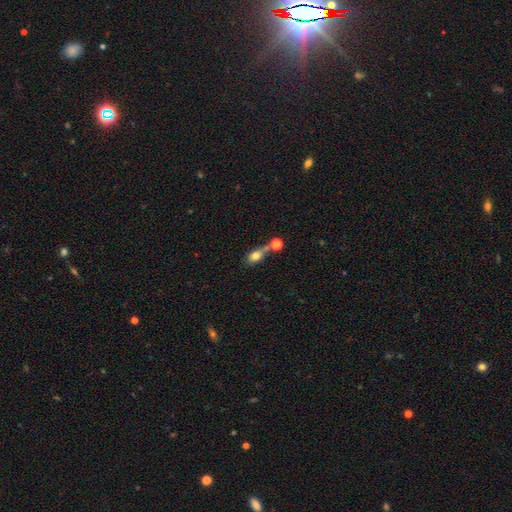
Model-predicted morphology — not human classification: The model was most divided on "merging": merger: 40%, none: 35%, minor disturbance: 15%, major disturbance: 10%. More confident: smooth or featured — smooth (75%); how rounded — in between (67%).